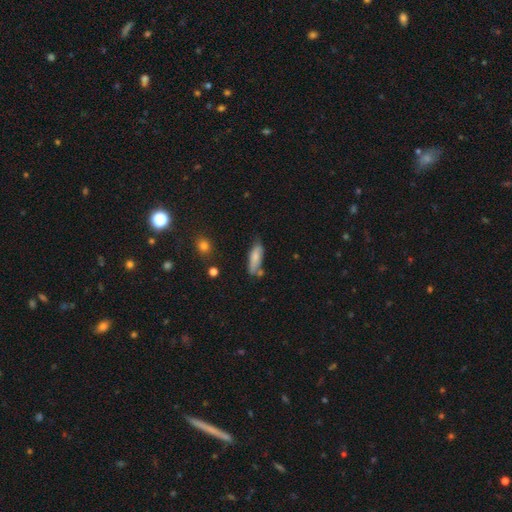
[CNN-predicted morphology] Q: Smooth or featured?
A: smooth (73%); runner-up: featured or disk (18%)
Q: How rounded?
A: in between (51%); runner-up: cigar-shaped (46%)
Q: Merging?
A: none (62%); runner-up: minor disturbance (24%)